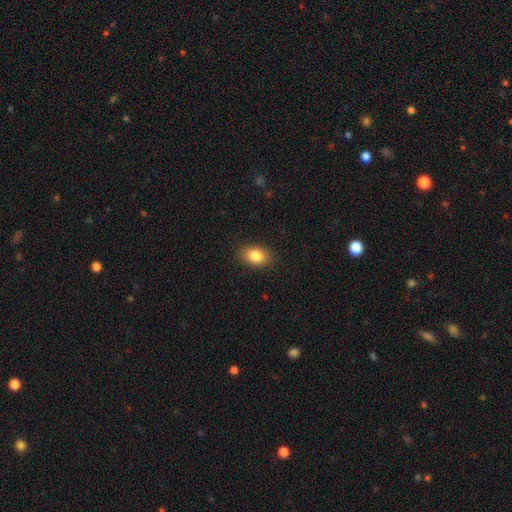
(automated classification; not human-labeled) The model was most divided on "how rounded": in between: 79%, round: 20%, cigar-shaped: 1%. More confident: merging — none (86%); smooth or featured — smooth (85%).